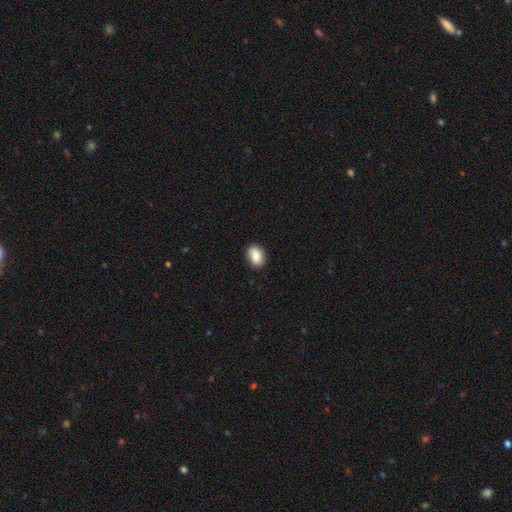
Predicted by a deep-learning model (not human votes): Morphology: type=smooth (85%); roundness=in between (75%); merging=none (85%).